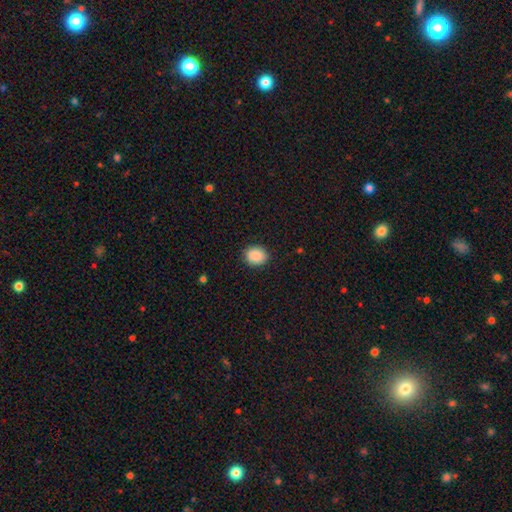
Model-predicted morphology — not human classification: This appears to be a smooth galaxy with no disk features (89%) that is round (69%). Merging: none (91%).